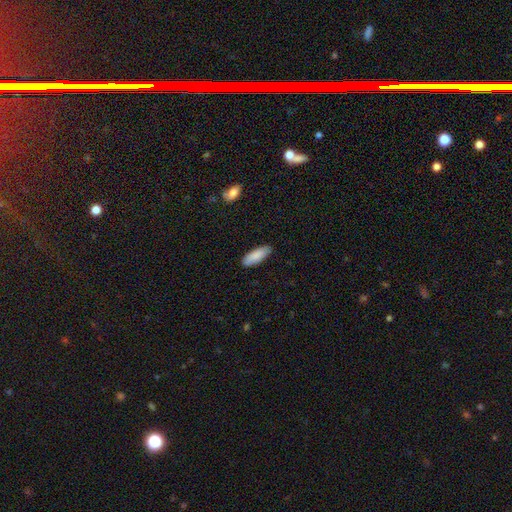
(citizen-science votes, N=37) Overall: smooth (95%). How rounded: in between (74%). Merging: none (83%).